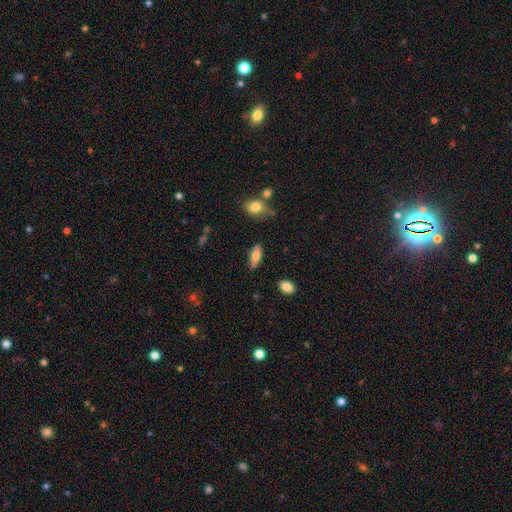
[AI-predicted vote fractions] smooth 72%, featured or disk 21%, star or artifact 7%. Down the decision tree: how rounded — in between (71%); merging — none (80%).